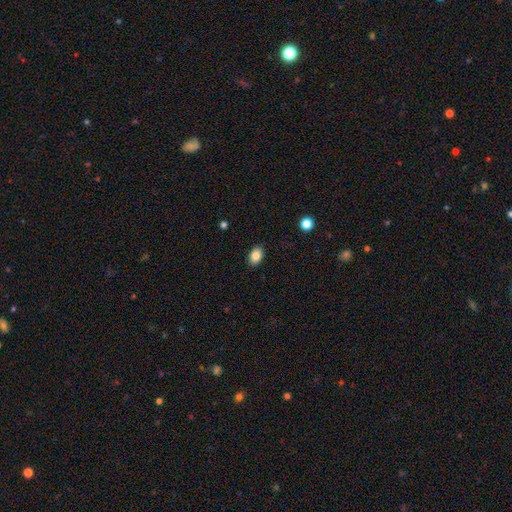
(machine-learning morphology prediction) smooth_or_featured: smooth (p=0.85) [alt: star or artifact p=0.08]
how_rounded: in between (p=0.85) [alt: round p=0.14]
merging: none (p=0.88) [alt: minor disturbance p=0.09]